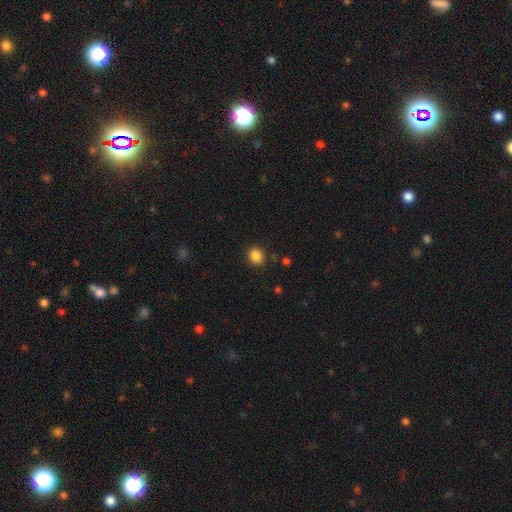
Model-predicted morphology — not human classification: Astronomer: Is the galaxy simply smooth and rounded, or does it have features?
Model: smooth — 86%.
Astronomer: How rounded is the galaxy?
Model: round — 76%.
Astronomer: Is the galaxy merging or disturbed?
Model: none — 88%.